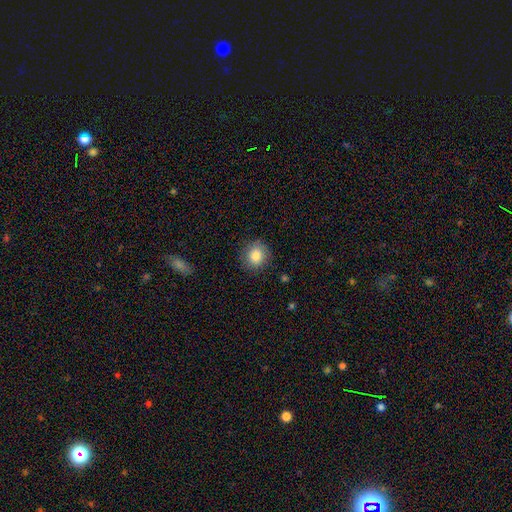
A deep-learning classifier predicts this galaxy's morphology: A smooth galaxy with no disk features (84%) that is round (85%). Merging: none (86%).